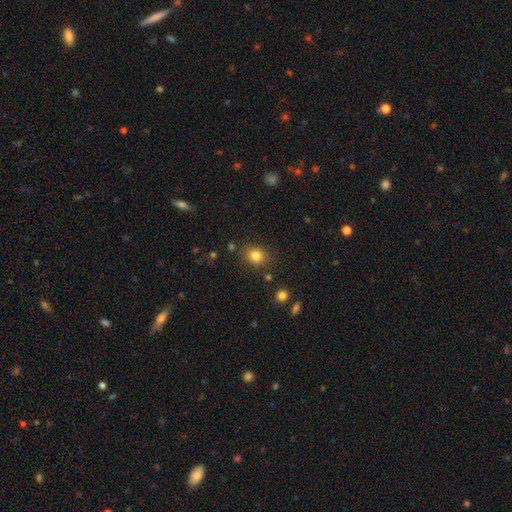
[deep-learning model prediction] A smooth galaxy with no disk features (82%) that is round (62%).

Vote fractions:
- Smooth or featured? smooth: 82% / star or artifact: 12% / featured or disk: 6%
- How rounded? round: 62% / in between: 37% / cigar-shaped: 1%
- Merging? none: 81% / minor disturbance: 12% / merger: 4% / major disturbance: 4%